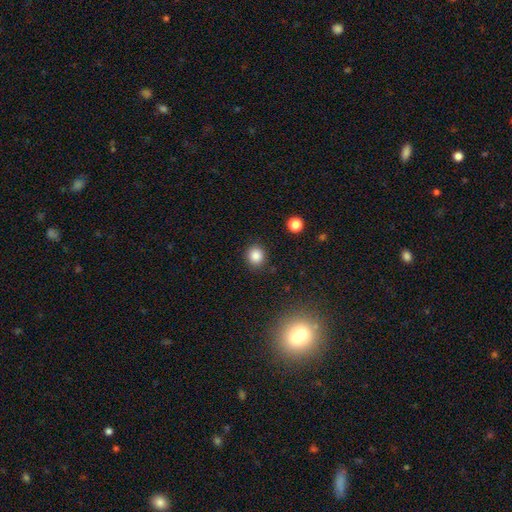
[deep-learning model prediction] This appears to be a smooth galaxy with no disk features (86%) that is round (87%). Merging: none (89%).